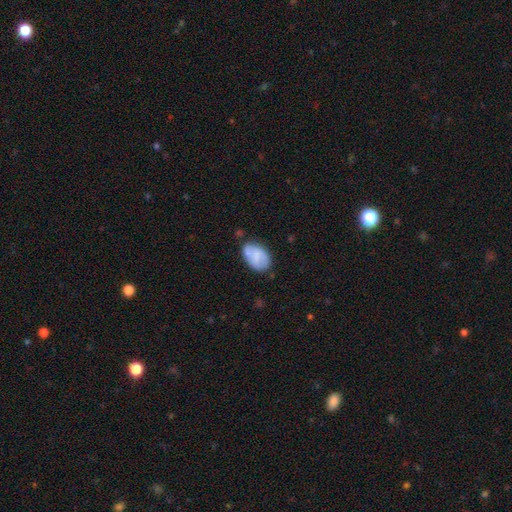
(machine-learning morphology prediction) Smooth or featured?
  - smooth: 66% *
  - featured or disk: 27%
  - star or artifact: 7%
How rounded?
  - in between: 87% *
  - round: 11%
  - cigar-shaped: 1%
Merging?
  - none: 61% *
  - minor disturbance: 27%
  - major disturbance: 7%
  - merger: 5%